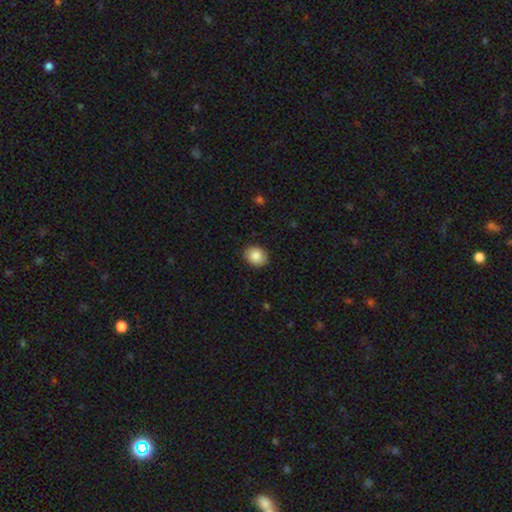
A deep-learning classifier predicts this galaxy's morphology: smooth 87%, star or artifact 8%, featured or disk 5%. Down the decision tree: how rounded — round (57%); merging — none (89%).